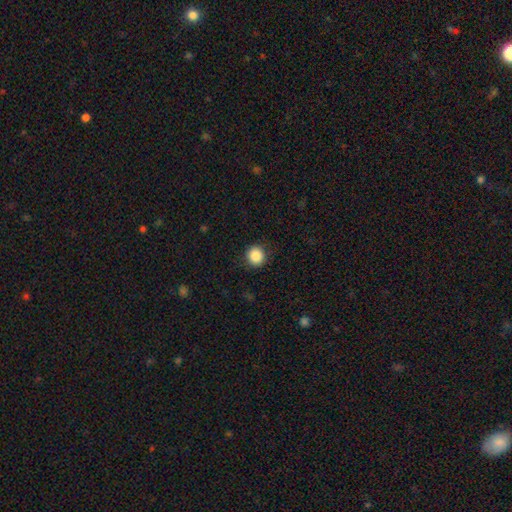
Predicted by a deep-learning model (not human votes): Smooth or featured: smooth — 88% (star or artifact — 9%)
How rounded: round — 91% (in between — 8%)
Merging: none — 88% (minor disturbance — 8%)